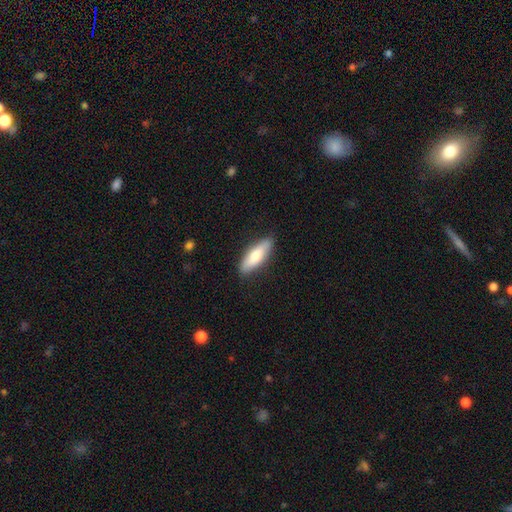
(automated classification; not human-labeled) A smooth galaxy with no disk features (70%) that is in between round and cigar-shaped (51%).

Vote fractions:
- Smooth or featured? smooth: 70% / featured or disk: 25% / star or artifact: 5%
- How rounded? in between: 51% / cigar-shaped: 47% / round: 2%
- Merging? none: 87% / minor disturbance: 10% / major disturbance: 2% / merger: 1%